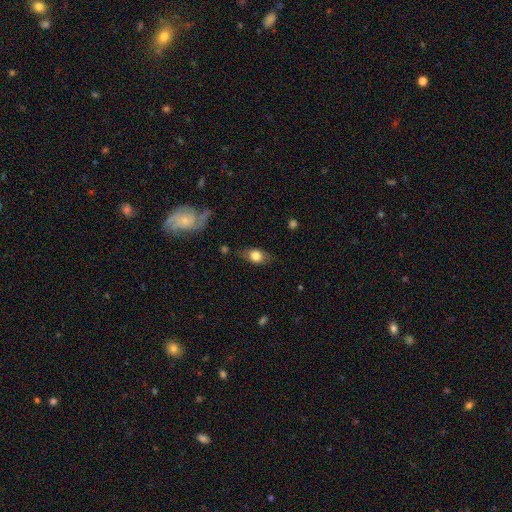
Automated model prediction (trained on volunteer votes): This appears to be a smooth galaxy with no disk features (73%) that is in between round and cigar-shaped (77%). Merging: none (75%).